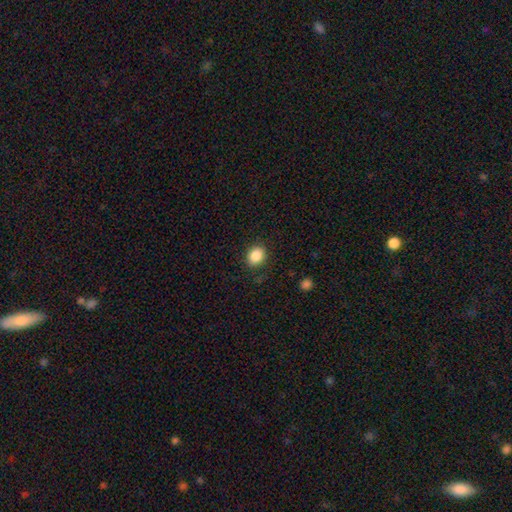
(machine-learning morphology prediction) smooth_or_featured: smooth (p=0.87) [alt: star or artifact p=0.09]
how_rounded: round (p=0.56) [alt: in between p=0.43]
merging: none (p=0.87) [alt: minor disturbance p=0.09]